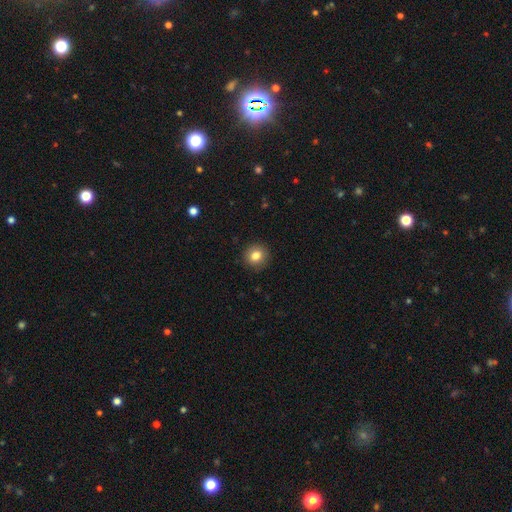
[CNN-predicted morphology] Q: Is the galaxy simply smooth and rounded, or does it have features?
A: smooth — 83%.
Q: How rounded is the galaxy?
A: round — 89%.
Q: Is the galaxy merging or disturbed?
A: none — 91%.